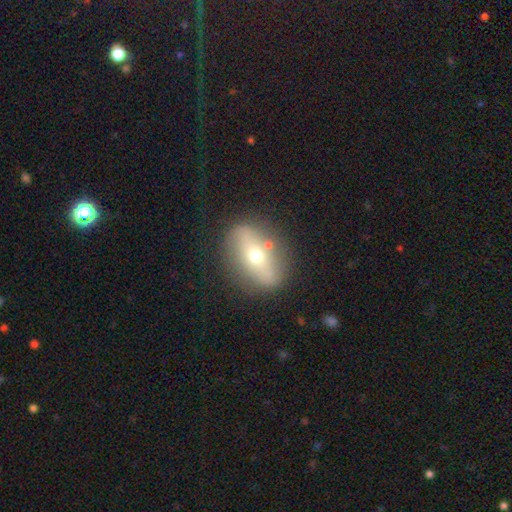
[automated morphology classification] Q: Smooth or featured?
A: featured or disk (58%); runner-up: smooth (34%)
Q: Edge-on disk?
A: no (67%); runner-up: yes (33%)
Q: Merging?
A: none (81%); runner-up: minor disturbance (12%)